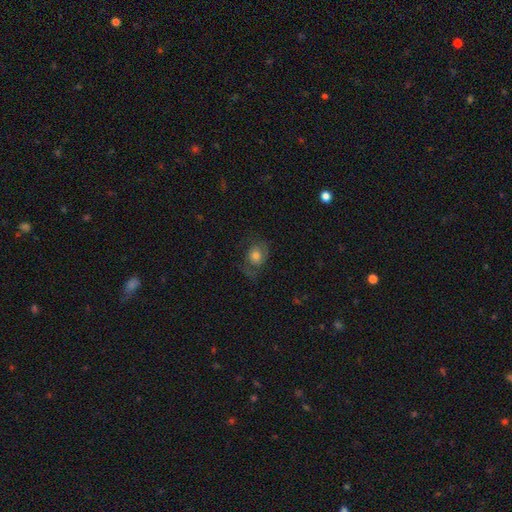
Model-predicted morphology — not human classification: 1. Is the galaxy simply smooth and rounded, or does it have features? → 50% smooth, 39% featured or disk, 10% star or artifact.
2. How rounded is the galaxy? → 56% round, 43% in between, 1% cigar-shaped.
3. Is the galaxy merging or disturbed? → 56% none, 22% minor disturbance, 21% major disturbance, 2% merger.